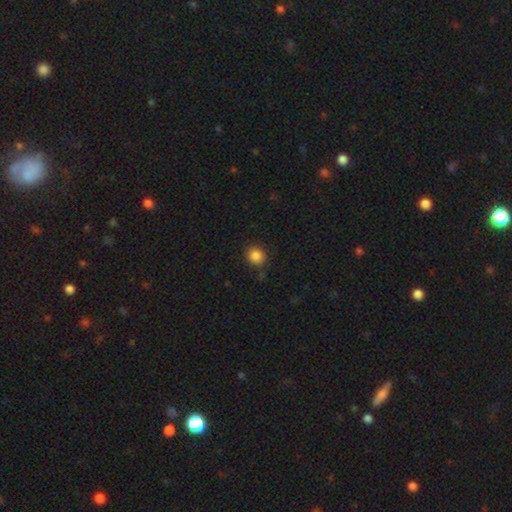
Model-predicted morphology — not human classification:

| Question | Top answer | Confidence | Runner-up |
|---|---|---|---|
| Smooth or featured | smooth | 86% | star or artifact (10%) |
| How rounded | round | 80% | in between (19%) |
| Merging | none | 84% | minor disturbance (11%) |